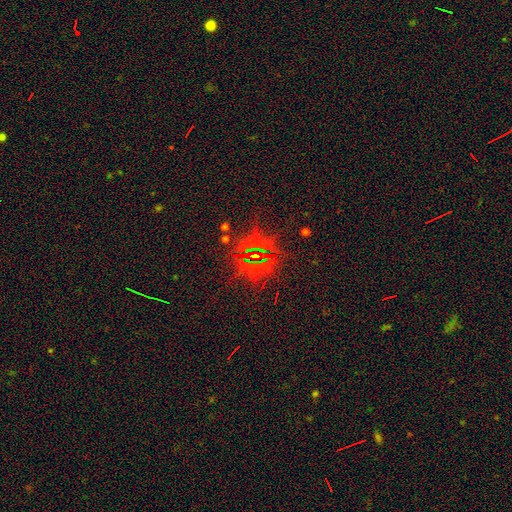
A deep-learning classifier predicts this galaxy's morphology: The model was most divided on "smooth or featured": star or artifact: 79%, smooth: 11%, featured or disk: 10%.